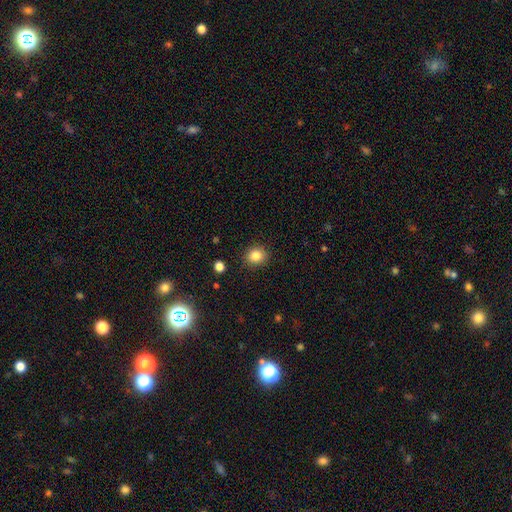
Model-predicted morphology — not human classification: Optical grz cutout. It shows a smooth galaxy with no disk features (84%) that is round (79%). Merging: none (89%).